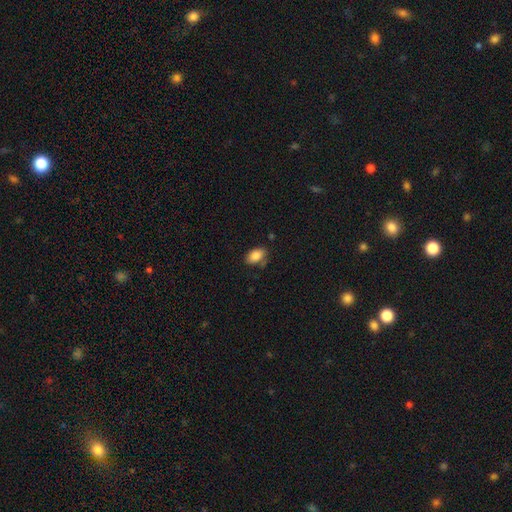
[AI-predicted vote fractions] A smooth galaxy with no disk features (86%) that is in between round and cigar-shaped (91%). Merging: none (71%).